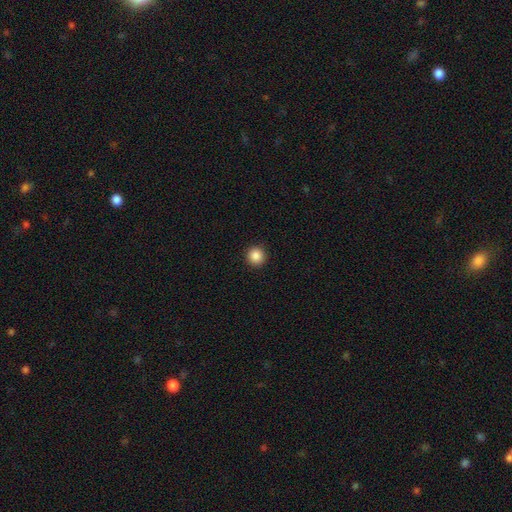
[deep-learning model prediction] smooth 87%, star or artifact 10%, featured or disk 3%. Down the decision tree: how rounded — round (96%); merging — none (93%).